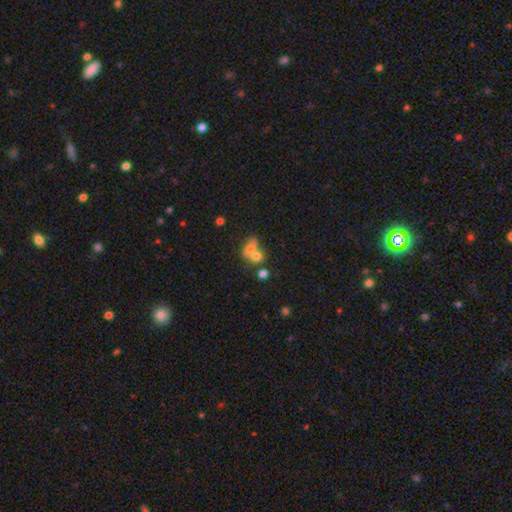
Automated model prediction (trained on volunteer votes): Q: Smooth or featured?
A: smooth (68%); runner-up: featured or disk (19%)
Q: How rounded?
A: in between (49%); runner-up: round (47%)
Q: Merging?
A: merger (53%); runner-up: none (31%)